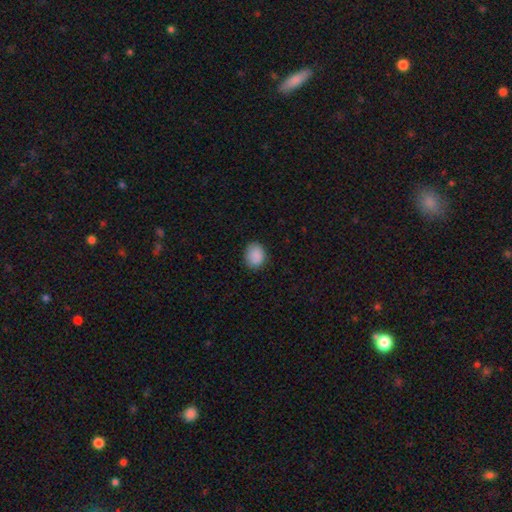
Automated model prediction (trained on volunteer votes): A smooth galaxy with no disk features (89%) that is round (52%). Merging: none (82%).